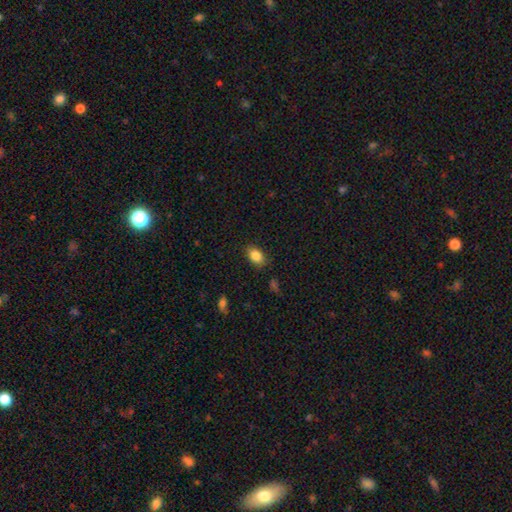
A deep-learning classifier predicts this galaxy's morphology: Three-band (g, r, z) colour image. It shows a smooth galaxy with no disk features (85%) that is in between round and cigar-shaped (86%). Merging: none (85%).